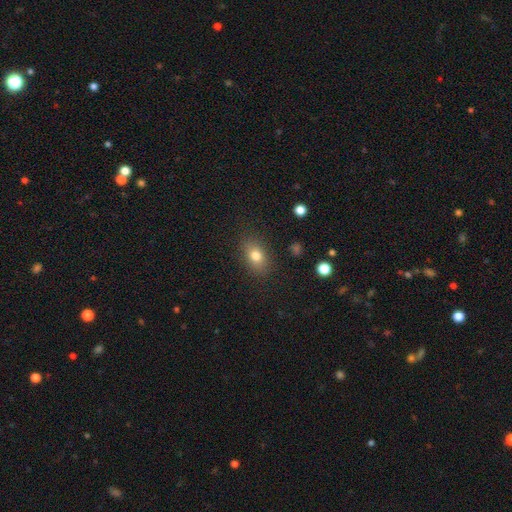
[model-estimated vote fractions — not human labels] Smooth or featured? Predicted: smooth (p=0.78). How rounded? Predicted: in between (p=0.76). Merging? Predicted: none (p=0.84).